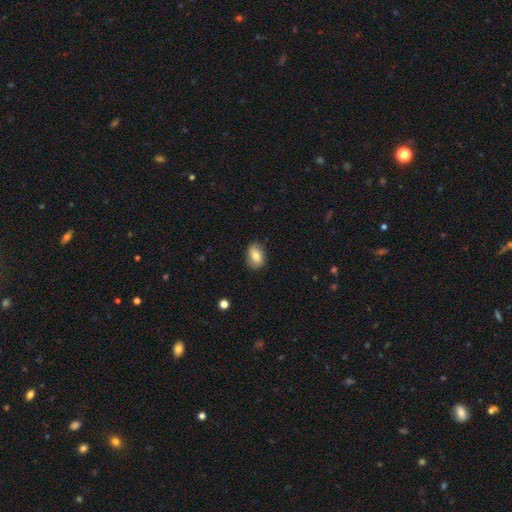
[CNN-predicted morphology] A smooth galaxy with no disk features (77%) that is in between round and cigar-shaped (83%).

Vote fractions:
- Smooth or featured? smooth: 77% / featured or disk: 15% / star or artifact: 8%
- How rounded? in between: 83% / round: 15% / cigar-shaped: 2%
- Merging? none: 77% / minor disturbance: 18% / major disturbance: 4% / merger: 1%